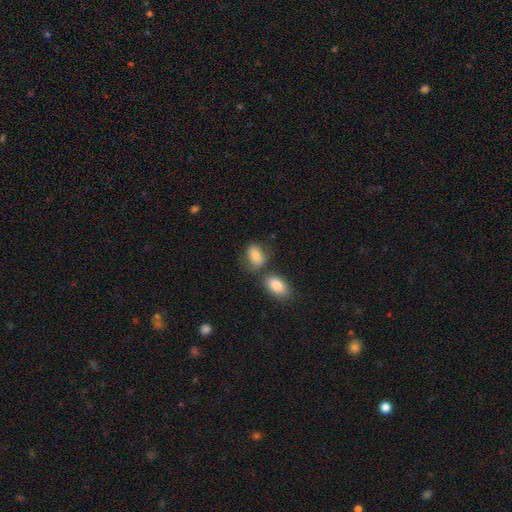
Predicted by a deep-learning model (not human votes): Smooth or featured?
  - smooth: 81% *
  - featured or disk: 11%
  - star or artifact: 8%
How rounded?
  - in between: 85% *
  - round: 13%
  - cigar-shaped: 2%
Merging?
  - none: 48% *
  - merger: 26%
  - minor disturbance: 19%
  - major disturbance: 7%